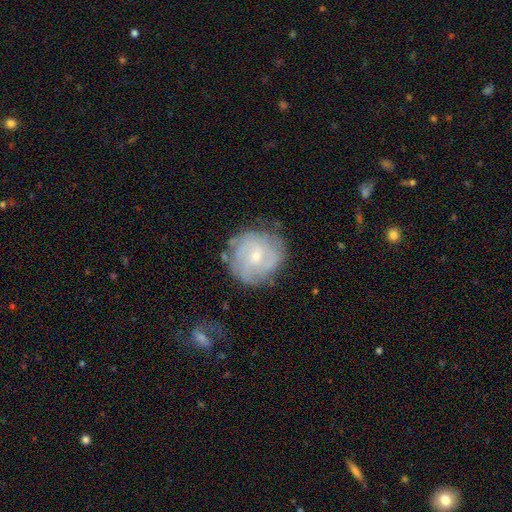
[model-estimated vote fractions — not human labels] featured or disk 72%, smooth 21%, star or artifact 7%. Down the decision tree: edge-on disk — no (97%); bar — no (60%); spiral arms — yes (88%); spiral arm count — can't tell (45%); spiral winding — tight (68%); bulge size — small (64%); merging — none (75%).